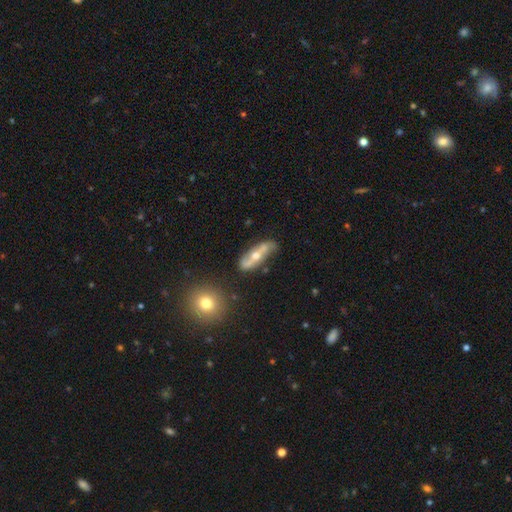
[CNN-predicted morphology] Smooth or featured: featured or disk — 69% (smooth — 24%)
Edge-on disk: no — 70% (yes — 30%)
Merging: none — 61% (minor disturbance — 23%)